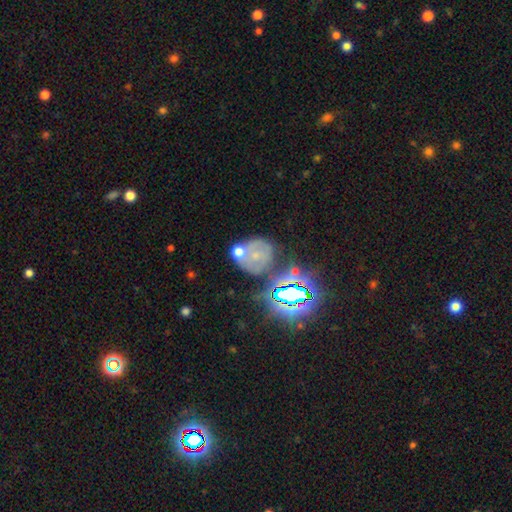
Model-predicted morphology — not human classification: A featured or disk galaxy (39%).

Vote fractions:
- Smooth or featured? featured or disk: 39% / smooth: 32% / star or artifact: 30%
- Merging? none: 54% / merger: 18% / minor disturbance: 18% / major disturbance: 10%